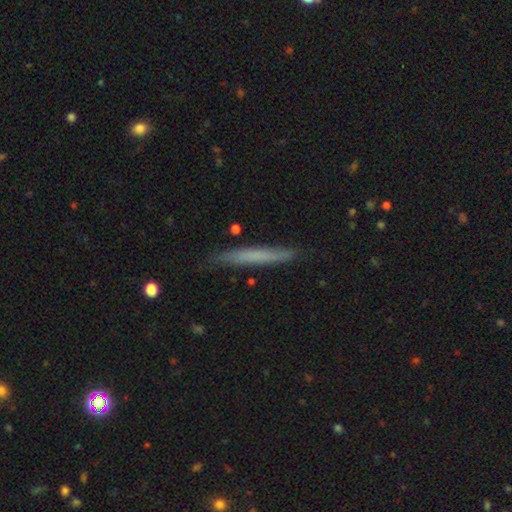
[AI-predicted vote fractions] Smooth or featured: smooth — 58% (featured or disk — 36%)
How rounded: cigar-shaped — 96% (in between — 2%)
Merging: none — 84% (minor disturbance — 12%)